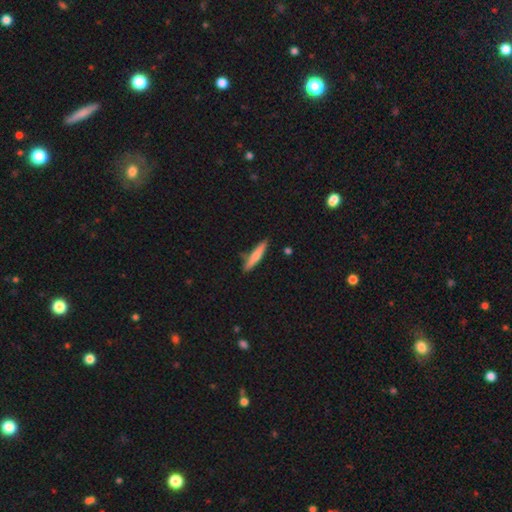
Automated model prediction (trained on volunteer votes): Smooth or featured?
  - smooth: 69% *
  - featured or disk: 25%
  - star or artifact: 6%
How rounded?
  - cigar-shaped: 90% *
  - in between: 8%
  - round: 1%
Merging?
  - none: 80% *
  - minor disturbance: 14%
  - merger: 3%
  - major disturbance: 2%